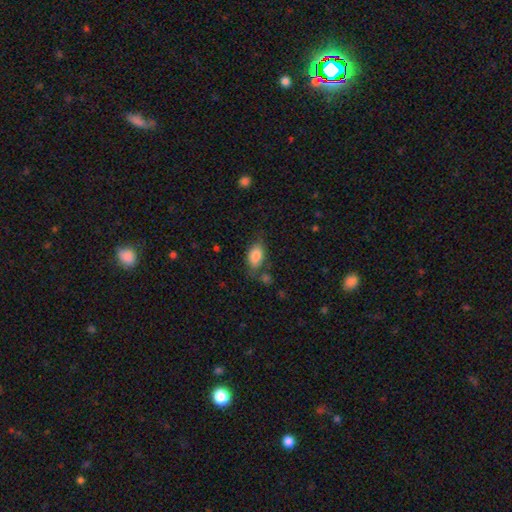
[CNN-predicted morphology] A smooth galaxy with no disk features (82%) that is in between round and cigar-shaped (88%).

Vote fractions:
- Smooth or featured? smooth: 82% / featured or disk: 11% / star or artifact: 7%
- How rounded? in between: 88% / round: 8% / cigar-shaped: 3%
- Merging? none: 64% / minor disturbance: 23% / major disturbance: 7% / merger: 7%